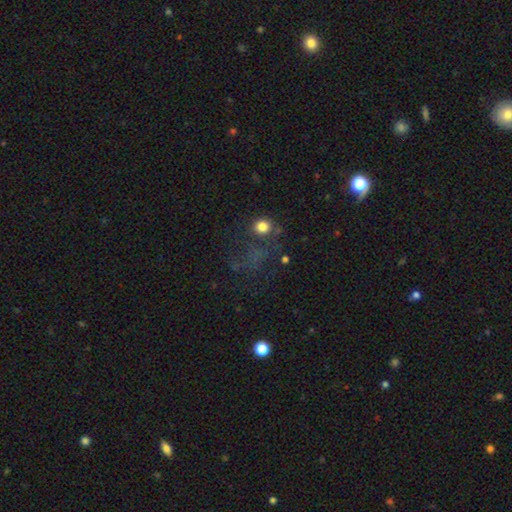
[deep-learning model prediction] This is marginally a star or artifact rather than a galaxy (42%).